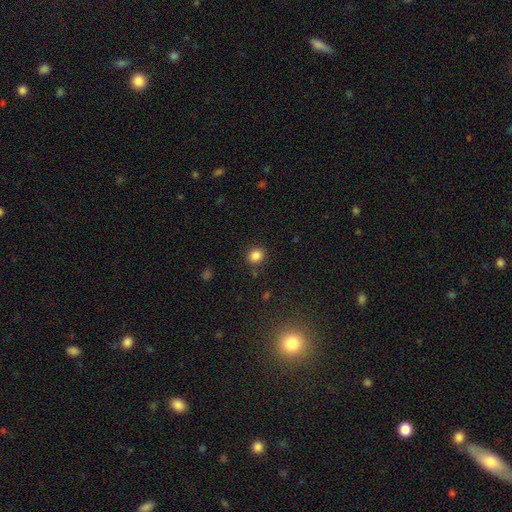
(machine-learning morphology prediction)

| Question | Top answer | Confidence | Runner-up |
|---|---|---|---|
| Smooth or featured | smooth | 85% | star or artifact (11%) |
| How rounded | round | 68% | in between (31%) |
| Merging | none | 86% | minor disturbance (9%) |